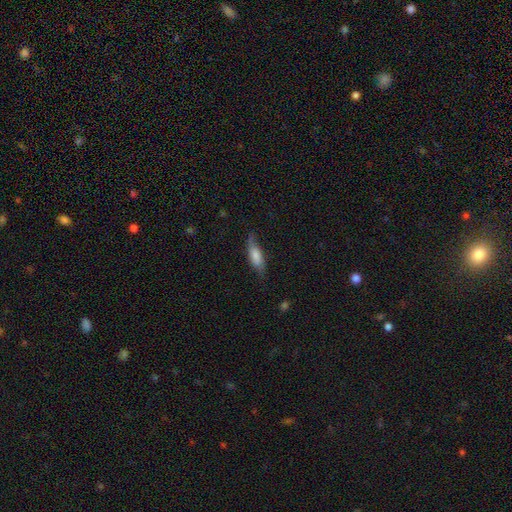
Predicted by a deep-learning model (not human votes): A smooth galaxy with no disk features (66%) that is in between round and cigar-shaped (57%).

Vote fractions:
- Smooth or featured? smooth: 66% / featured or disk: 28% / star or artifact: 7%
- How rounded? in between: 57% / cigar-shaped: 41% / round: 2%
- Merging? none: 62% / minor disturbance: 28% / major disturbance: 8% / merger: 2%